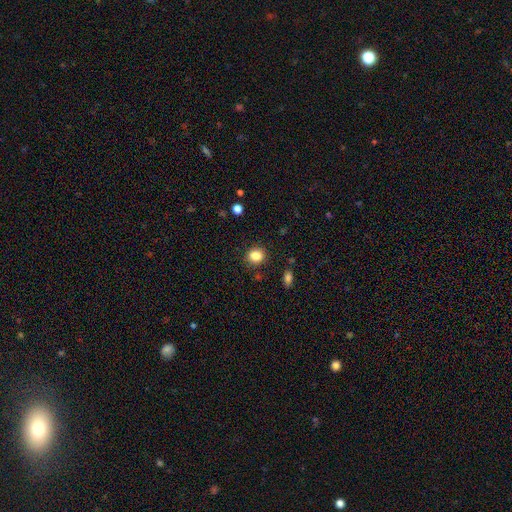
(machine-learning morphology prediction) Smooth or featured? smooth (85%)
How rounded? round (70%)
Merging? none (87%)